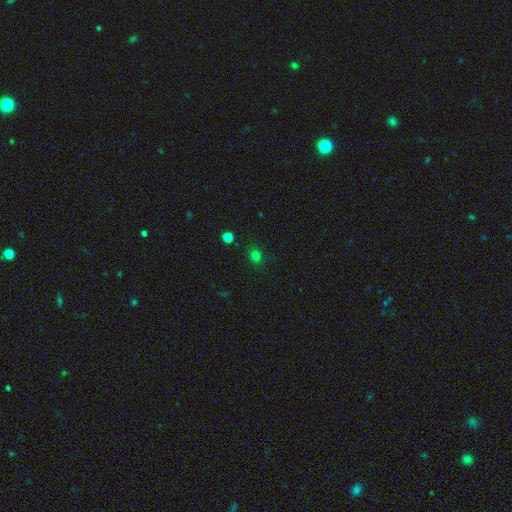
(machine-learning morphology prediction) Smooth or featured? smooth (74%)
How rounded? round (83%)
Merging? none (86%)